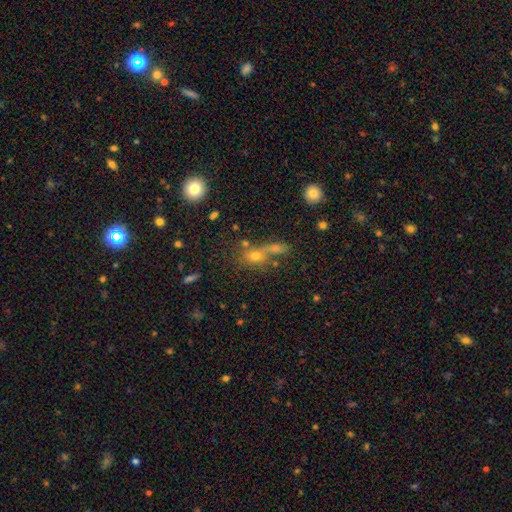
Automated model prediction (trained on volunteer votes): Q: Smooth or featured?
A: smooth (60%); runner-up: star or artifact (23%)
Q: How rounded?
A: round (53%); runner-up: in between (39%)
Q: Merging?
A: merger (42%); runner-up: none (41%)